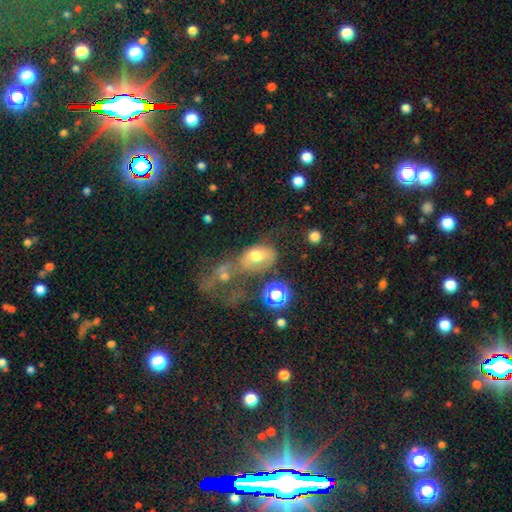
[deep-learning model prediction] Smooth or featured? Predicted: smooth (p=0.61). How rounded? Predicted: in between (p=0.77). Merging? Predicted: merger (p=0.33).